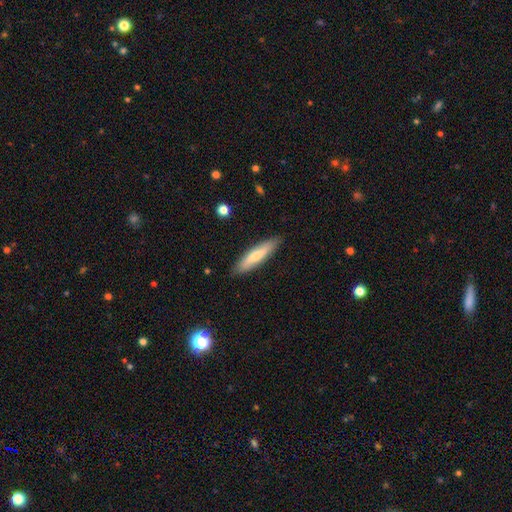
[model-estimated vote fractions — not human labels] The model was most divided on "smooth or featured": smooth: 64%, featured or disk: 31%, star or artifact: 5%. More confident: merging — none (86%); how rounded — cigar-shaped (78%).